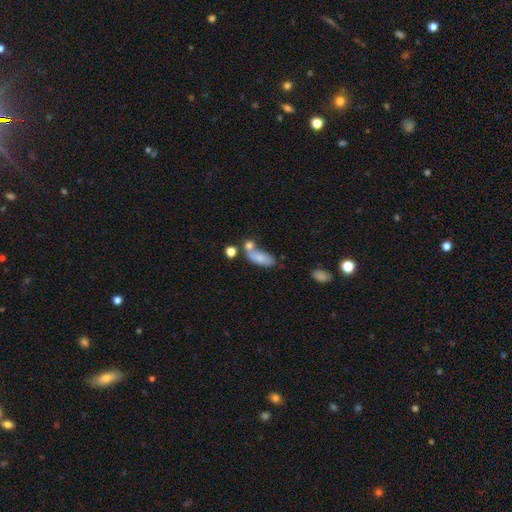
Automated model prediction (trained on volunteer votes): smooth_or_featured: smooth (p=0.69) [alt: featured or disk p=0.21]
how_rounded: in between (p=0.77) [alt: cigar-shaped p=0.17]
merging: none (p=0.37) [alt: merger p=0.35]